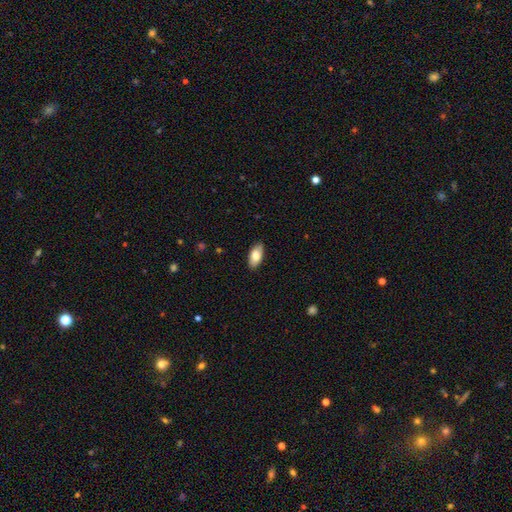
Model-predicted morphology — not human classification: smooth 82%, featured or disk 12%, star or artifact 6%. Down the decision tree: how rounded — in between (92%); merging — none (87%).